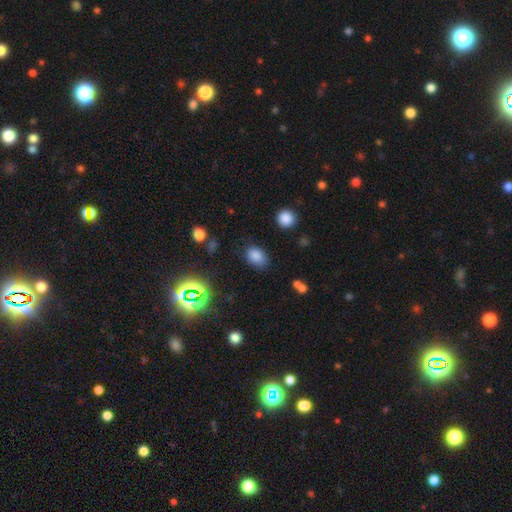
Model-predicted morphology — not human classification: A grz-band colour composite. It shows a smooth galaxy with no disk features (79%) that is in between round and cigar-shaped (78%). Merging: none (76%).